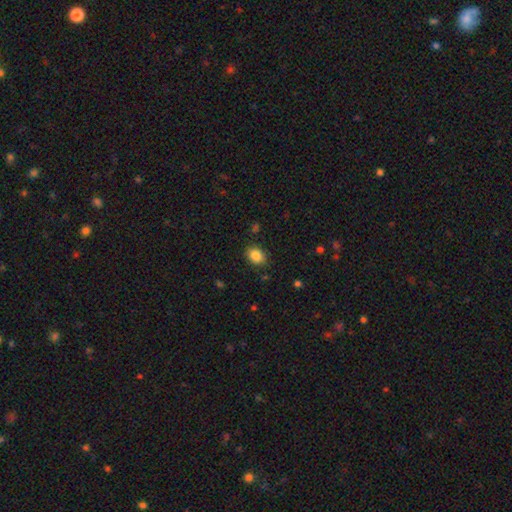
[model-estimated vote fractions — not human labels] Smooth or featured: smooth — 86% (star or artifact — 9%)
How rounded: in between — 64% (round — 36%)
Merging: none — 86% (minor disturbance — 10%)